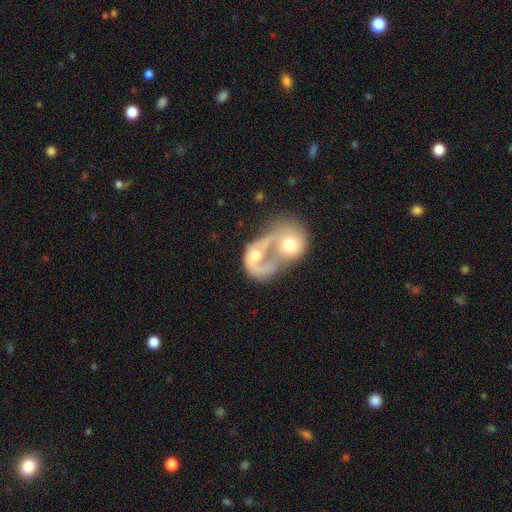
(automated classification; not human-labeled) The model was most divided on "spiral arms": no: 54%, yes: 46%. More confident: edge-on disk — no (97%); bar — no (80%); merging — merger (80%); bulge size — moderate (64%); smooth or featured — featured or disk (58%).